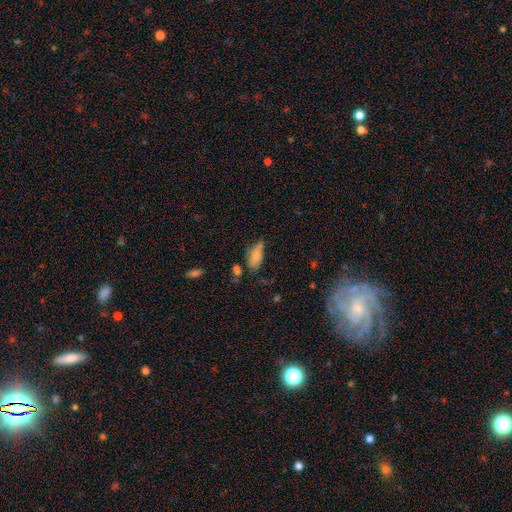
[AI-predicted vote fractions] This is likely a smooth galaxy (78%). How rounded: clearly in between (84%). Merging: possibly none (48%).